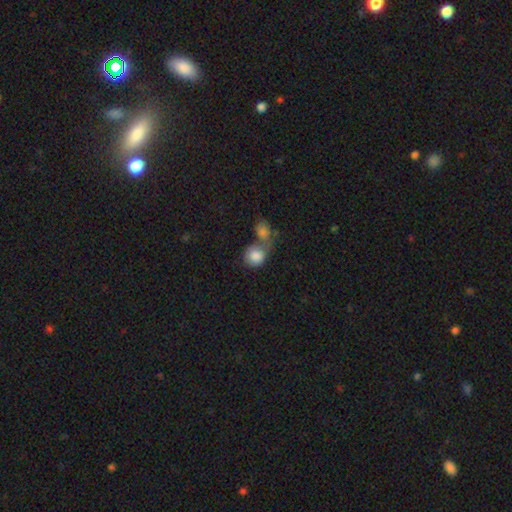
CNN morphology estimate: A smooth galaxy with no disk features (84%) that is round (71%). Merging: merger (57%).